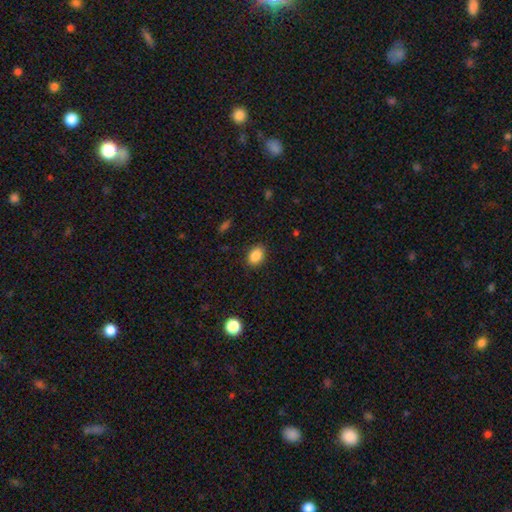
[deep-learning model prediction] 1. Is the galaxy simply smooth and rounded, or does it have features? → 87% smooth, 9% star or artifact, 4% featured or disk.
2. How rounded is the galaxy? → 75% in between, 23% round, 1% cigar-shaped.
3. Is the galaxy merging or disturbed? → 87% none, 9% minor disturbance, 3% major disturbance, 1% merger.